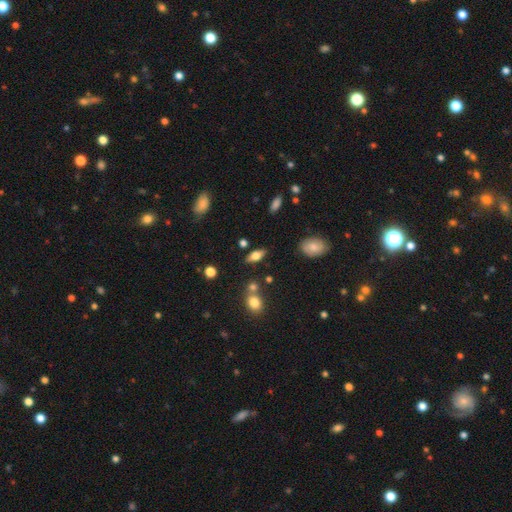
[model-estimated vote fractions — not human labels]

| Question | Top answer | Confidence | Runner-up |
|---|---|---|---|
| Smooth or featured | smooth | 60% | featured or disk (30%) |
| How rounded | in between | 78% | cigar-shaped (17%) |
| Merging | none | 78% | minor disturbance (12%) |